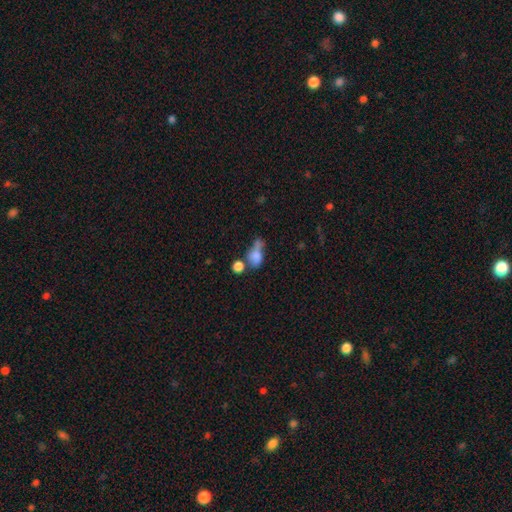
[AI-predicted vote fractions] smooth-or-featured: smooth: 74% | featured or disk: 15% | star or artifact: 11%
  how-rounded: in between: 61% | round: 34% | cigar-shaped: 5%
  merging: merger: 42% | none: 27% | minor disturbance: 16% | major disturbance: 15%